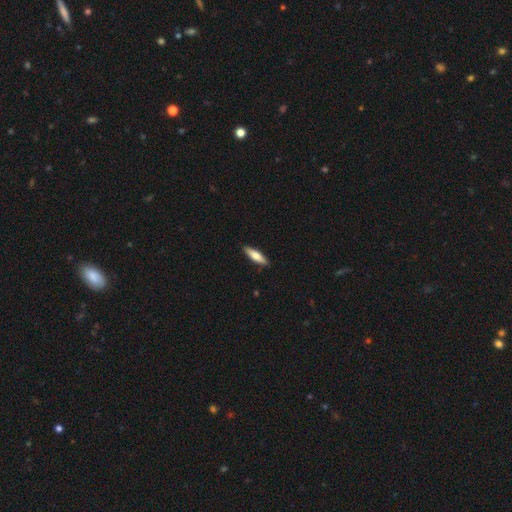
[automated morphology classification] Smooth or featured? Predicted: smooth (p=0.61). How rounded? Predicted: cigar-shaped (p=0.70). Merging? Predicted: none (p=0.90).